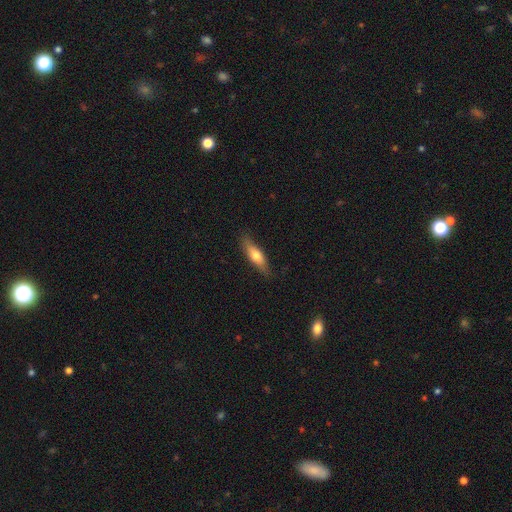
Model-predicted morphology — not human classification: This is likely a smooth galaxy (61%). How rounded: possibly cigar-shaped (59%). Merging: clearly none (84%).